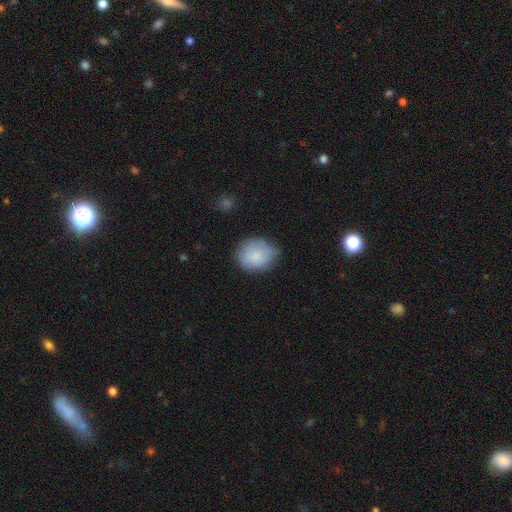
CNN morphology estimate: type=smooth (82%); roundness=round (69%); merging=none (60%).